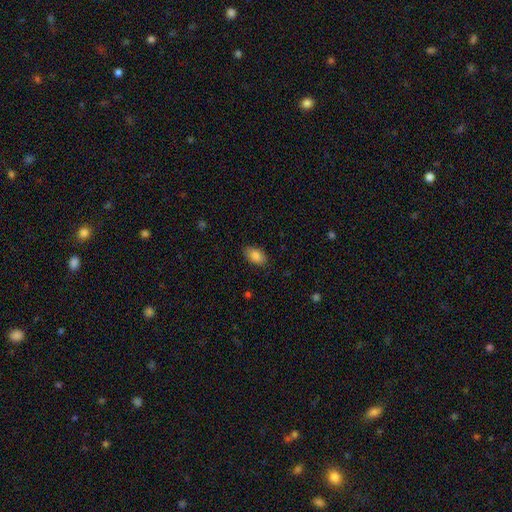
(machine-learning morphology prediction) Smooth or featured? smooth (86%)
How rounded? in between (92%)
Merging? none (85%)